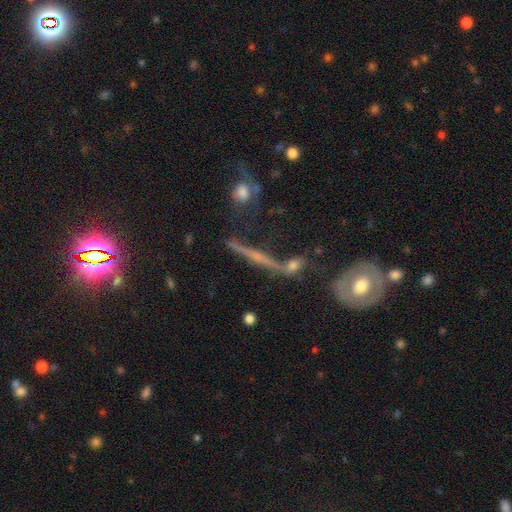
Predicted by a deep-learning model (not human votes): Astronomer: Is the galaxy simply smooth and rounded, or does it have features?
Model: featured or disk — 70%.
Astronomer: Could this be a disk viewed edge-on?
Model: yes — 92%.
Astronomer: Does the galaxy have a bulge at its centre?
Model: rounded — 58%.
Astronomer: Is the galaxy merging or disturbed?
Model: none — 65%.